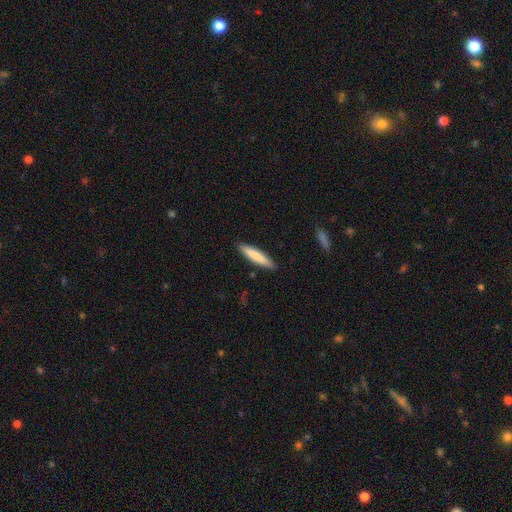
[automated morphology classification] The model was most divided on "smooth or featured": smooth: 80%, featured or disk: 14%, star or artifact: 5%. More confident: merging — none (90%); how rounded — cigar-shaped (87%).